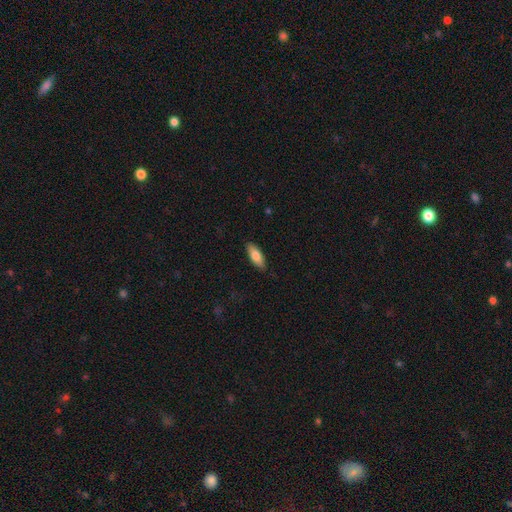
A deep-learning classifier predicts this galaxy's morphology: Q: Smooth or featured?
A: smooth (79%); runner-up: featured or disk (16%)
Q: How rounded?
A: in between (72%); runner-up: cigar-shaped (26%)
Q: Merging?
A: none (86%); runner-up: minor disturbance (11%)